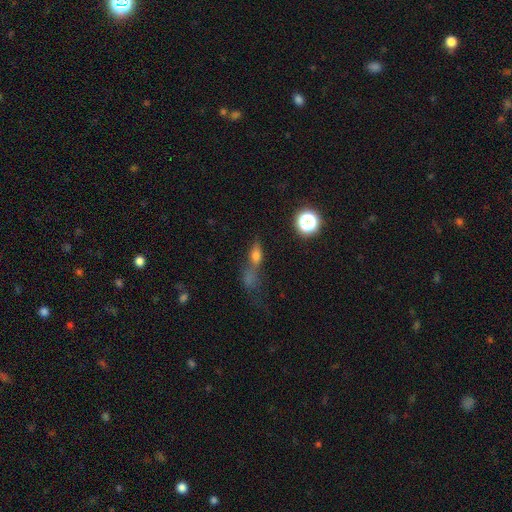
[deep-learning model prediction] Morphology: type=smooth (60%); roundness=in between (51%); merging=merger (35%).